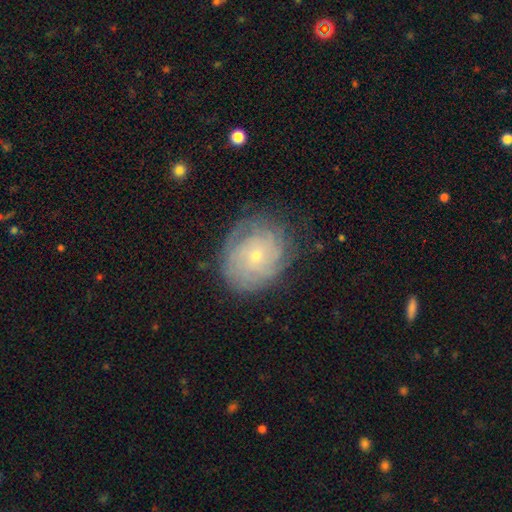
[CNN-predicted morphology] featured or disk 67%, smooth 24%, star or artifact 9%. Down the decision tree: edge-on disk — no (97%); bar — no (83%); spiral arms — yes (85%); spiral arm count — can't tell (56%); spiral winding — tight (74%); bulge size — small (77%); merging — none (72%).